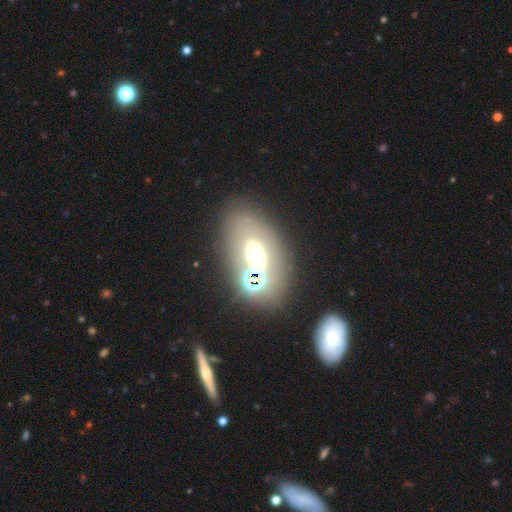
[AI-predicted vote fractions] smooth_or_featured: smooth (p=0.41) [alt: featured or disk p=0.35]
merging: none (p=0.67) [alt: merger p=0.14]